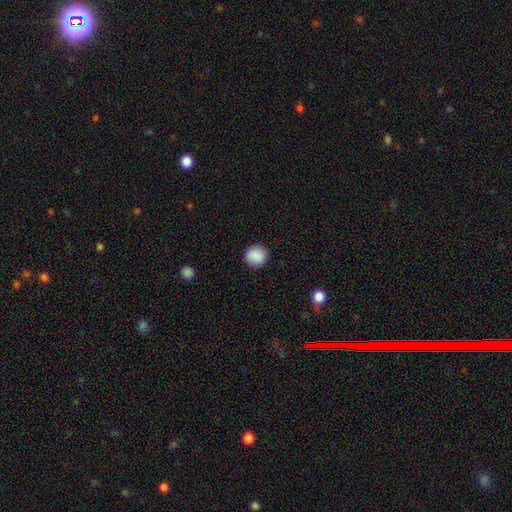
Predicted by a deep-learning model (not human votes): Smooth or featured: smooth — 89% (star or artifact — 8%)
How rounded: round — 92% (in between — 7%)
Merging: none — 91% (minor disturbance — 6%)